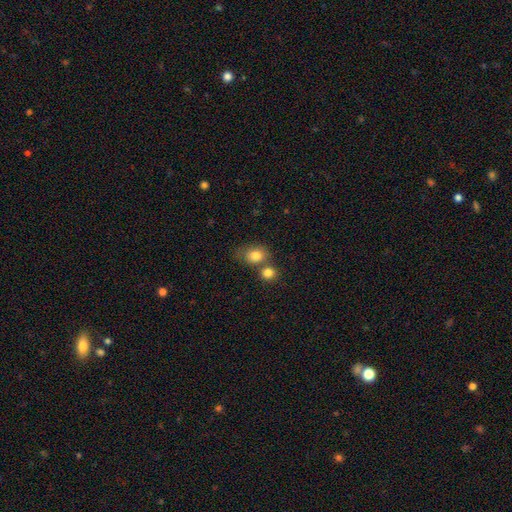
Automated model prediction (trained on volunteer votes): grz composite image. It shows a smooth galaxy with no disk features (81%) that is round (52%). Merging: none (45%).